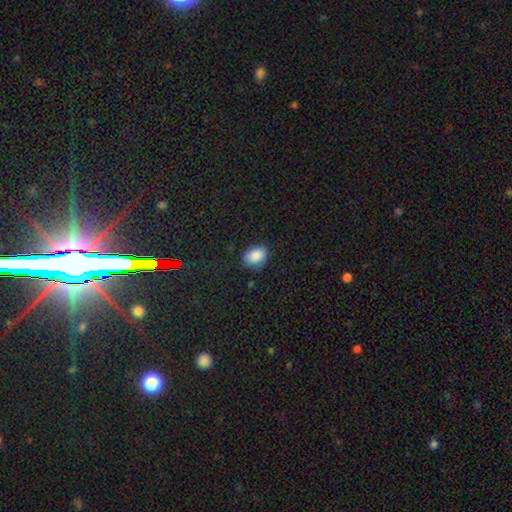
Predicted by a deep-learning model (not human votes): Smooth or featured? Predicted: smooth (p=0.87). How rounded? Predicted: in between (p=0.75). Merging? Predicted: none (p=0.78).